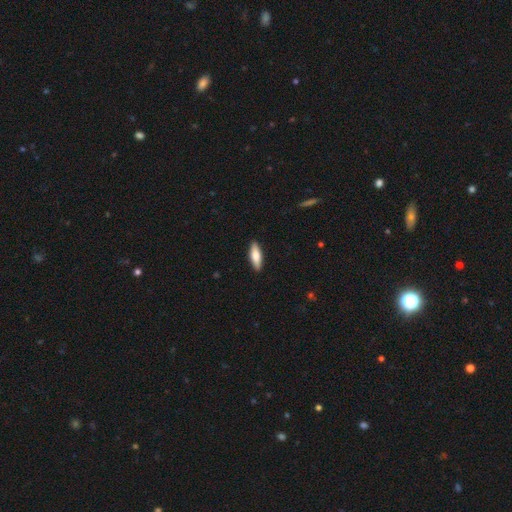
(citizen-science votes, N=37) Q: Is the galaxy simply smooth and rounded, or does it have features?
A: smooth — 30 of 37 (81%).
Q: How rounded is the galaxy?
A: cigar-shaped — 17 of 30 (57%).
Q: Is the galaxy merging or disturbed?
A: none — 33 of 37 (89%).